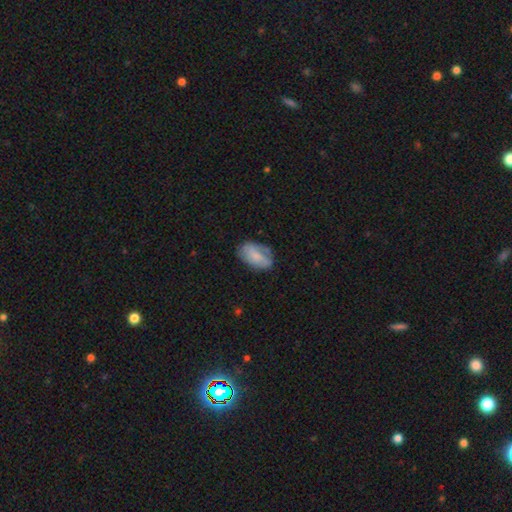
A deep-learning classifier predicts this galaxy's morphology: Smooth or featured?
  - smooth: 66% *
  - featured or disk: 27%
  - star or artifact: 7%
How rounded?
  - in between: 92% *
  - round: 6%
  - cigar-shaped: 2%
Merging?
  - none: 61% *
  - minor disturbance: 28%
  - major disturbance: 9%
  - merger: 2%